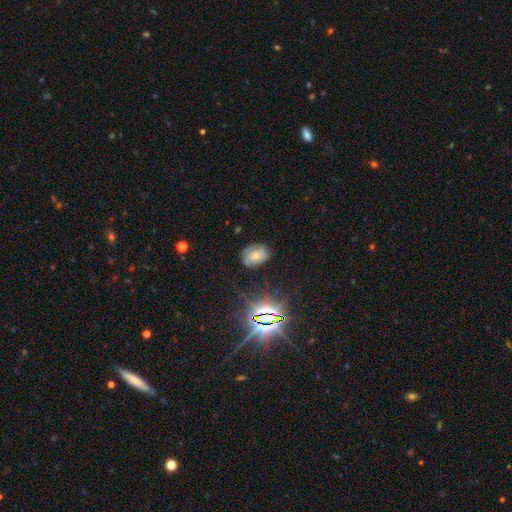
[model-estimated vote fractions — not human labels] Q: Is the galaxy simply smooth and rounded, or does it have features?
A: featured or disk — 41%, tied with smooth.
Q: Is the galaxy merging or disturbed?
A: none — 72%.